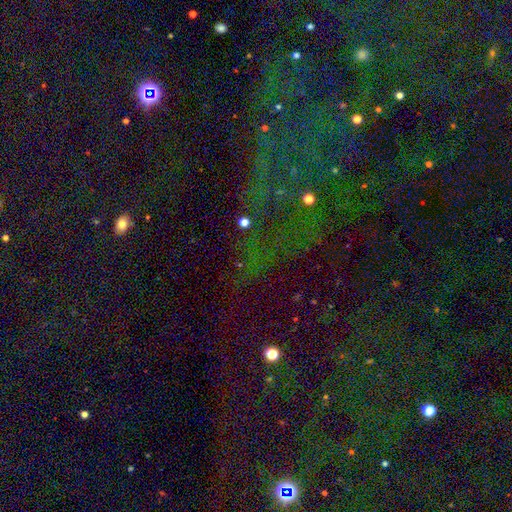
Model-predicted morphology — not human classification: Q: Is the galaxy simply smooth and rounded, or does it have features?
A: star or artifact — 74%.